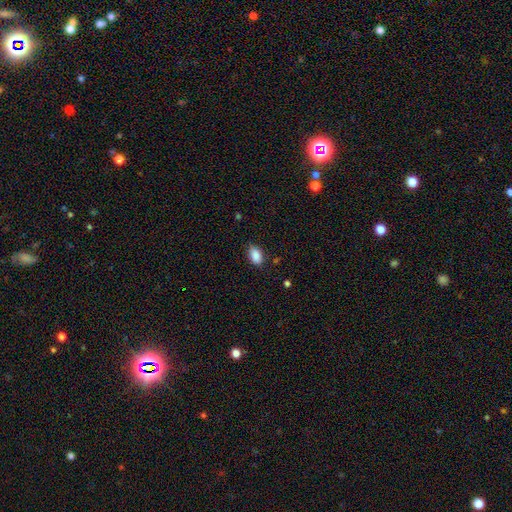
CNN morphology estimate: Smooth or featured: smooth — 88% (star or artifact — 8%)
How rounded: in between — 90% (round — 8%)
Merging: none — 75% (minor disturbance — 20%)